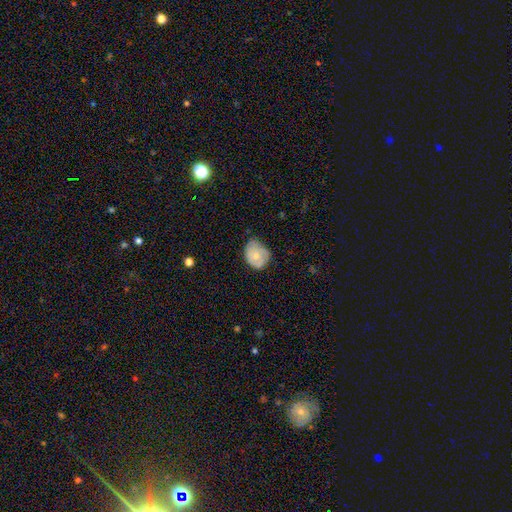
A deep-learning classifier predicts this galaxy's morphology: This is likely a smooth galaxy (67%). How rounded: possibly round (50%). Merging: possibly minor disturbance (46%).